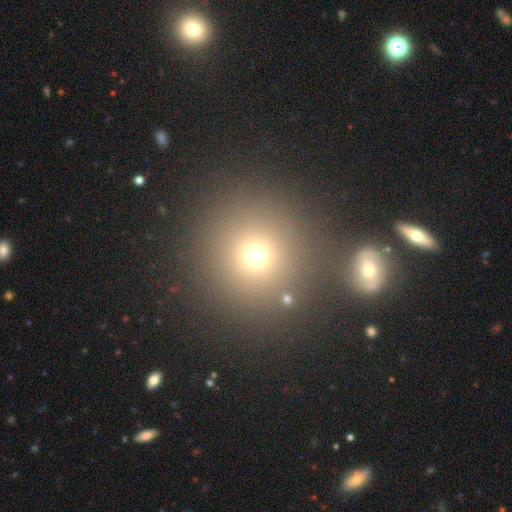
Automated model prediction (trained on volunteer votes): Smooth or featured: smooth — 70% (star or artifact — 20%)
How rounded: round — 94% (in between — 5%)
Merging: none — 82% (merger — 8%)